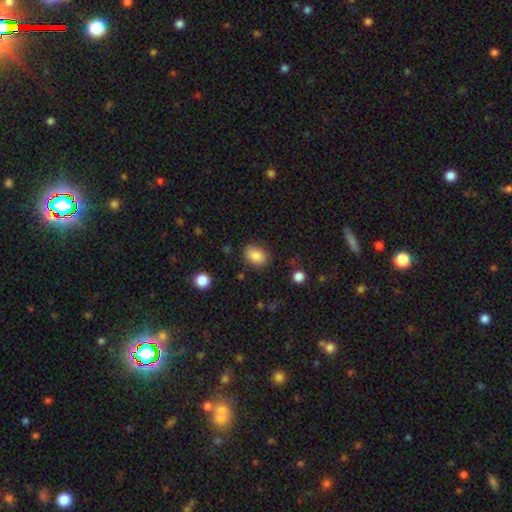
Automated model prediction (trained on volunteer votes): smooth-or-featured: smooth: 85% | star or artifact: 9% | featured or disk: 6%
  how-rounded: in between: 69% | round: 30% | cigar-shaped: 1%
  merging: none: 80% | minor disturbance: 14% | major disturbance: 4% | merger: 2%